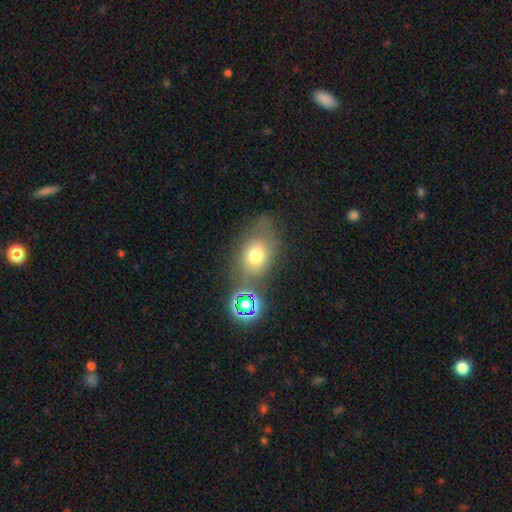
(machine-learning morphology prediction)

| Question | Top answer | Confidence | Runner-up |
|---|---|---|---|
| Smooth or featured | smooth | 69% | featured or disk (16%) |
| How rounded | in between | 61% | round (37%) |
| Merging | none | 54% | minor disturbance (19%) |